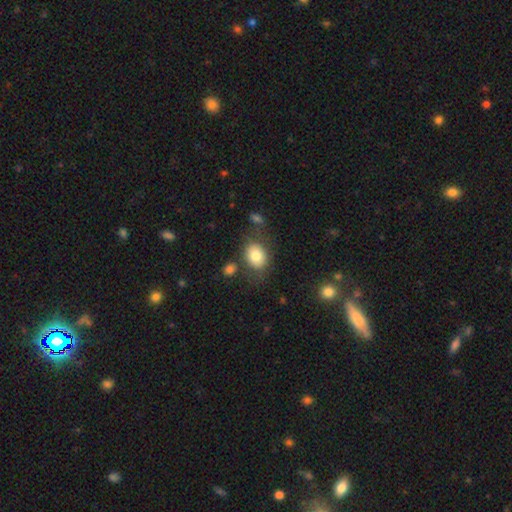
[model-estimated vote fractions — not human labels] A smooth galaxy with no disk features (79%) that is in between round and cigar-shaped (56%).

Vote fractions:
- Smooth or featured? smooth: 79% / featured or disk: 12% / star or artifact: 9%
- How rounded? in between: 56% / round: 43% / cigar-shaped: 1%
- Merging? none: 69% / minor disturbance: 16% / merger: 8% / major disturbance: 7%